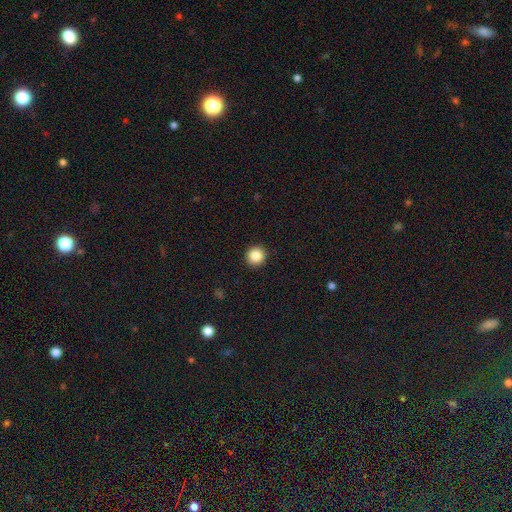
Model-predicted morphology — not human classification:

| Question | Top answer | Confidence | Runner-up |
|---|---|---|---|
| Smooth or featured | smooth | 86% | star or artifact (10%) |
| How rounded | round | 95% | in between (4%) |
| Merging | none | 93% | minor disturbance (5%) |